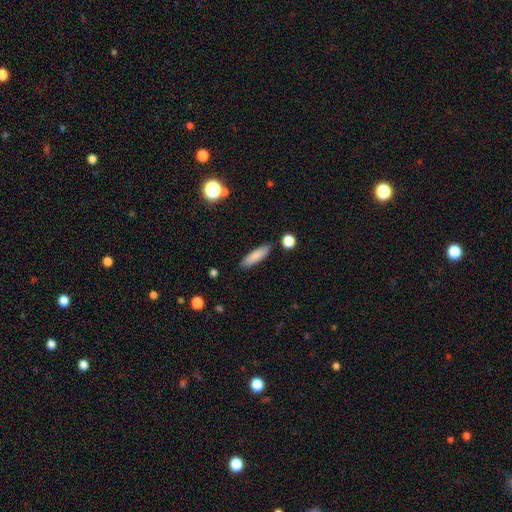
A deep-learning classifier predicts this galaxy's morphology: Smooth or featured?
  - smooth: 83% *
  - featured or disk: 10%
  - star or artifact: 7%
How rounded?
  - cigar-shaped: 64% *
  - in between: 34%
  - round: 2%
Merging?
  - none: 87% *
  - minor disturbance: 9%
  - merger: 2%
  - major disturbance: 2%